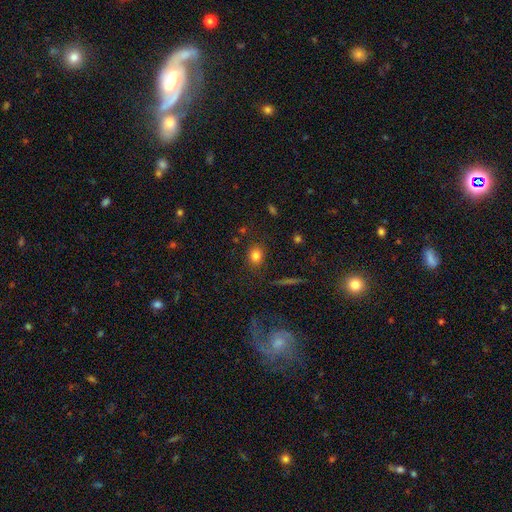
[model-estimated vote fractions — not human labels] Smooth or featured? Predicted: smooth (p=0.81). How rounded? Predicted: round (p=0.71). Merging? Predicted: none (p=0.84).